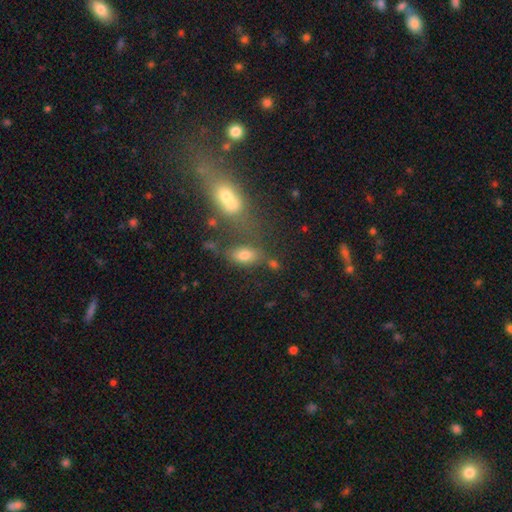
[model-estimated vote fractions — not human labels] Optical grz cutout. It shows a smooth galaxy with no disk features (47%). Merging: none (40%).